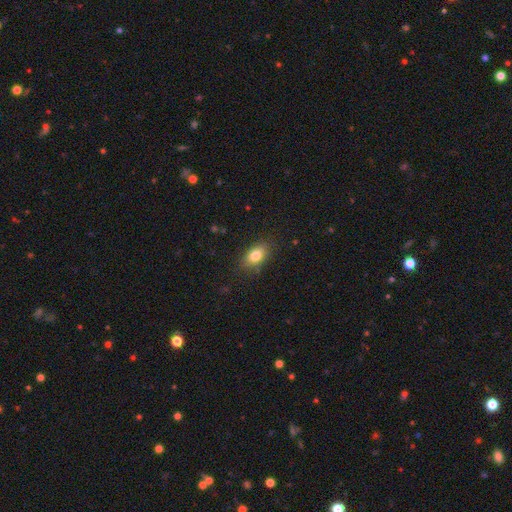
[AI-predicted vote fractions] Smooth or featured? smooth (81%)
How rounded? in between (87%)
Merging? none (84%)